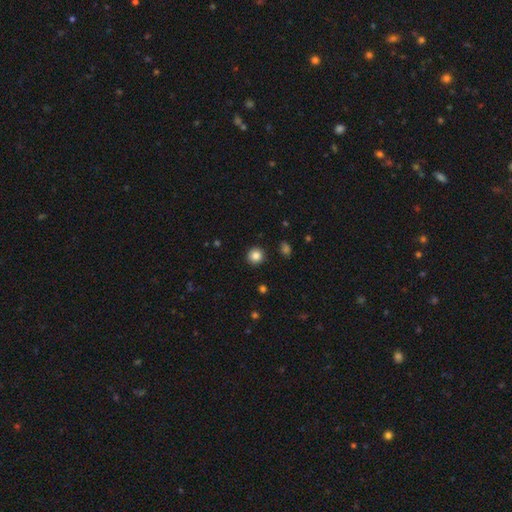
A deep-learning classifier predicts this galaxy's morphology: This is clearly a smooth galaxy (85%). How rounded: clearly round (94%). Merging: clearly none (92%).